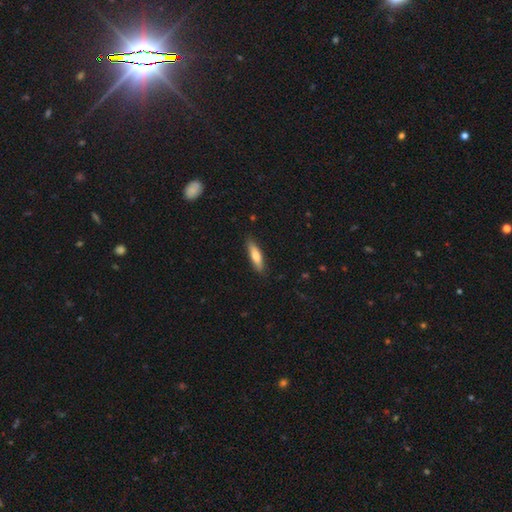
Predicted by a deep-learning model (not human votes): Smooth or featured? Predicted: smooth (p=0.70). How rounded? Predicted: cigar-shaped (p=0.69). Merging? Predicted: none (p=0.86).